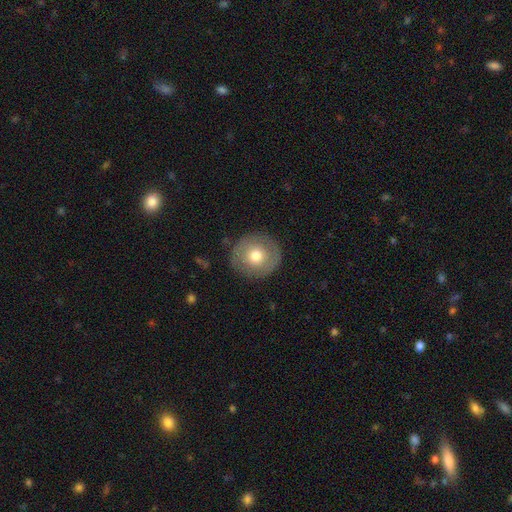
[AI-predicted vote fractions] The model was most divided on "smooth or featured": smooth: 64%, featured or disk: 29%, star or artifact: 7%. More confident: how rounded — round (93%); merging — none (87%).